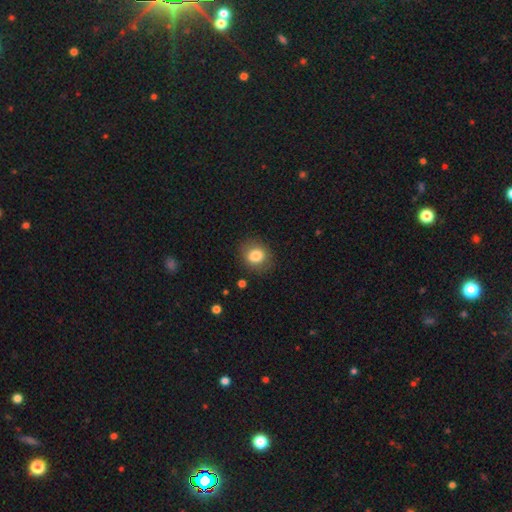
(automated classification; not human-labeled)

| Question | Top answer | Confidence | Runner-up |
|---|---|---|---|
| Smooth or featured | smooth | 81% | star or artifact (10%) |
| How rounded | round | 68% | in between (31%) |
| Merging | none | 86% | minor disturbance (10%) |